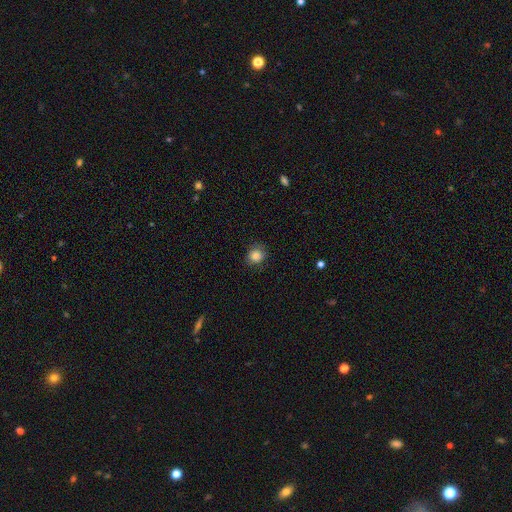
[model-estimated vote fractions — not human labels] A smooth galaxy with no disk features (84%) that is round (84%).

Vote fractions:
- Smooth or featured? smooth: 84% / star or artifact: 10% / featured or disk: 6%
- How rounded? round: 84% / in between: 15% / cigar-shaped: 1%
- Merging? none: 81% / minor disturbance: 15% / major disturbance: 4% / merger: 1%